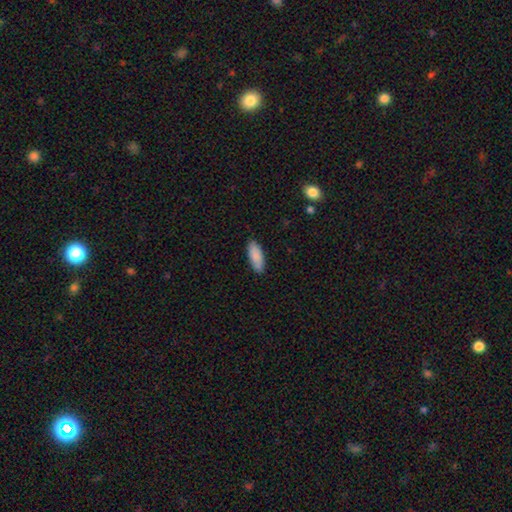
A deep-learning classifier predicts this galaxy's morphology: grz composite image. It shows a smooth galaxy with no disk features (89%) that is in between round and cigar-shaped (72%). Merging: none (87%).